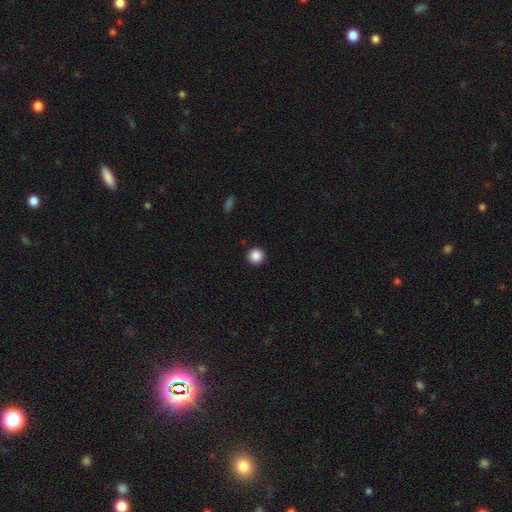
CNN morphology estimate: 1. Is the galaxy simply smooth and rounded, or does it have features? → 87% smooth, 10% star or artifact, 3% featured or disk.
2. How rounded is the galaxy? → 95% round, 4% in between, 1% cigar-shaped.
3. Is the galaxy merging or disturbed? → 93% none, 4% minor disturbance, 2% major disturbance, 1% merger.